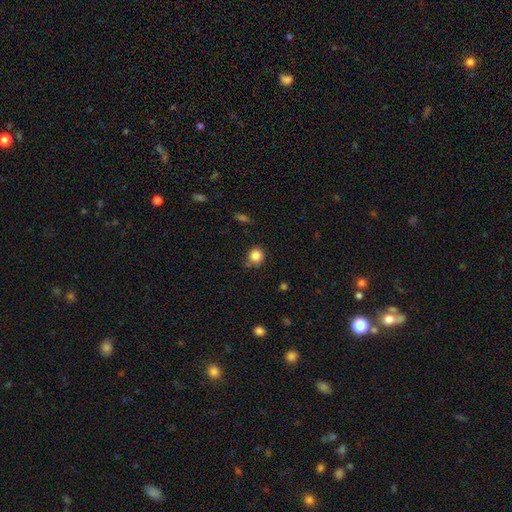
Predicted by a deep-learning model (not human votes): smooth 85%, star or artifact 11%, featured or disk 5%. Down the decision tree: how rounded — round (87%); merging — none (72%).